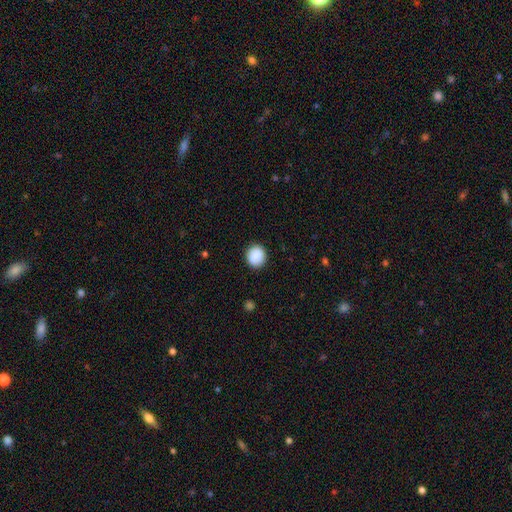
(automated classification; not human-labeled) Morphology: type=smooth (89%); roundness=round (83%); merging=none (89%).